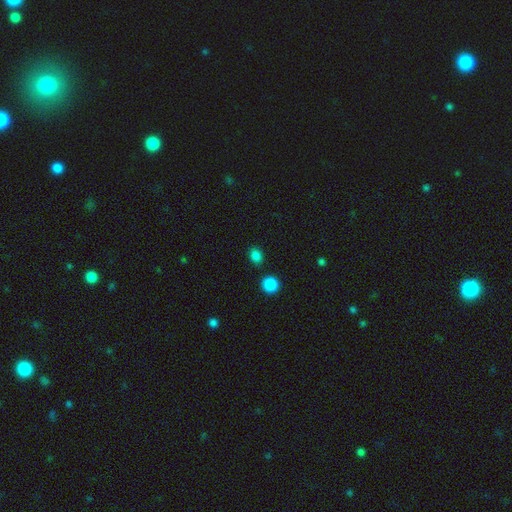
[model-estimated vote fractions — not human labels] Morphology: type=smooth (84%); roundness=round (52%); merging=none (84%).